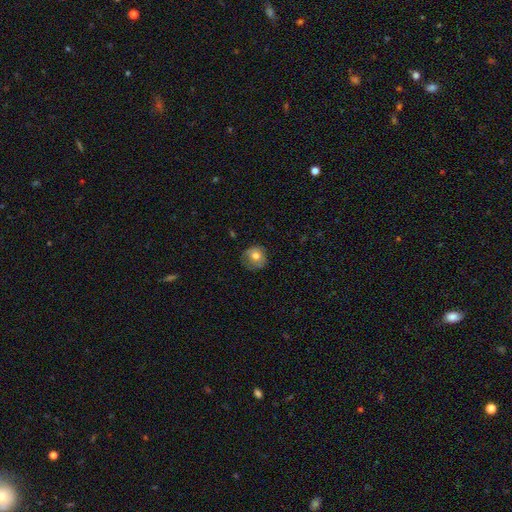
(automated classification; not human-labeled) Q: Smooth or featured?
A: smooth (73%); runner-up: featured or disk (18%)
Q: How rounded?
A: round (85%); runner-up: in between (14%)
Q: Merging?
A: none (68%); runner-up: minor disturbance (23%)